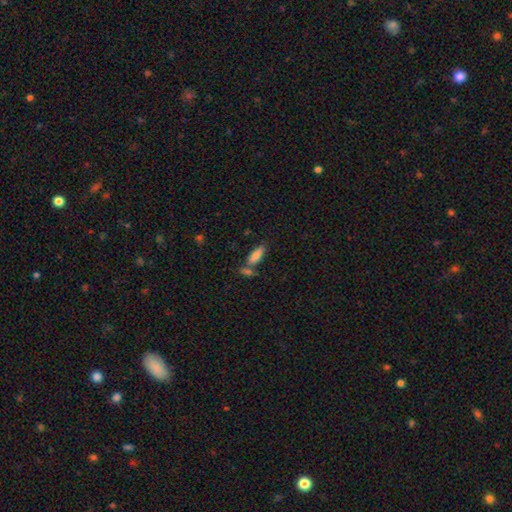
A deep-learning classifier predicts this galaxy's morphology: A smooth galaxy with no disk features (80%) that is in between round and cigar-shaped (68%).

Vote fractions:
- Smooth or featured? smooth: 80% / featured or disk: 13% / star or artifact: 8%
- How rounded? in between: 68% / cigar-shaped: 29% / round: 2%
- Merging? none: 55% / merger: 29% / minor disturbance: 12% / major disturbance: 4%